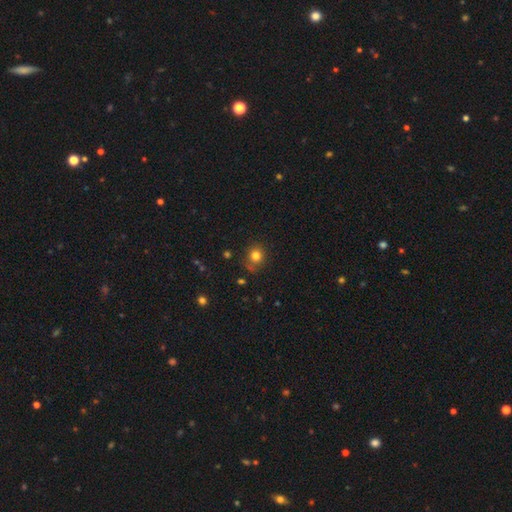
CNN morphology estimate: smooth-or-featured: smooth: 81% | star or artifact: 13% | featured or disk: 6%
  how-rounded: round: 80% | in between: 19% | cigar-shaped: 1%
  merging: none: 73% | minor disturbance: 18% | major disturbance: 5% | merger: 3%